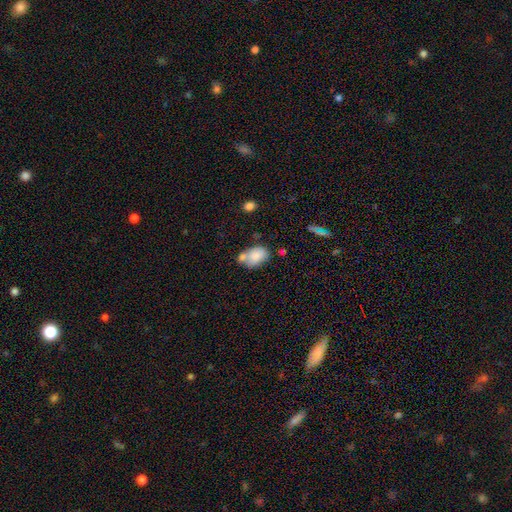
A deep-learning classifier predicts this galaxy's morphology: The model was most divided on "merging": none: 43%, merger: 32%, minor disturbance: 18%, major disturbance: 6%. More confident: how rounded — in between (83%); smooth or featured — smooth (81%).